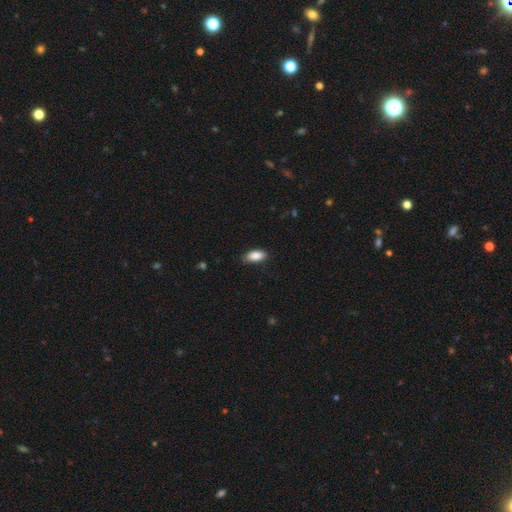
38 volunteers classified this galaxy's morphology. This appears to be a smooth galaxy with no disk features (95%) that is in between round and cigar-shaped (86%). Merging: none (78%).